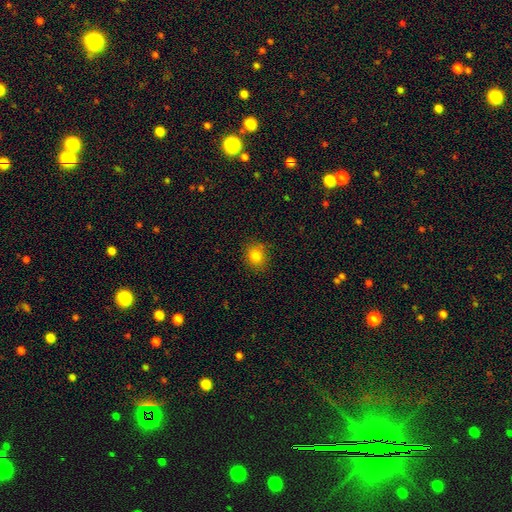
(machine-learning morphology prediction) type=smooth (83%); roundness=round (71%); merging=none (85%).